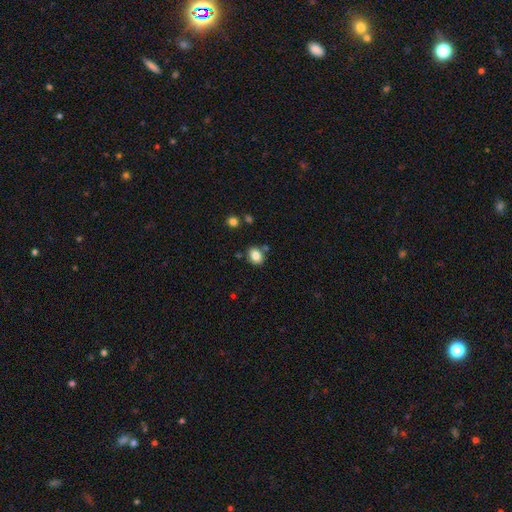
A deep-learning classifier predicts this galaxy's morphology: This appears to be a smooth galaxy with no disk features (84%) that is in between round and cigar-shaped (55%). Merging: none (79%).